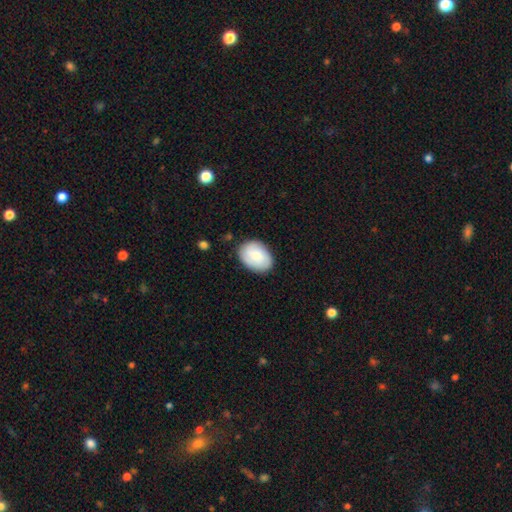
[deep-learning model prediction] The model was most divided on "smooth or featured": smooth: 72%, featured or disk: 22%, star or artifact: 6%. More confident: merging — none (81%); how rounded — in between (76%).